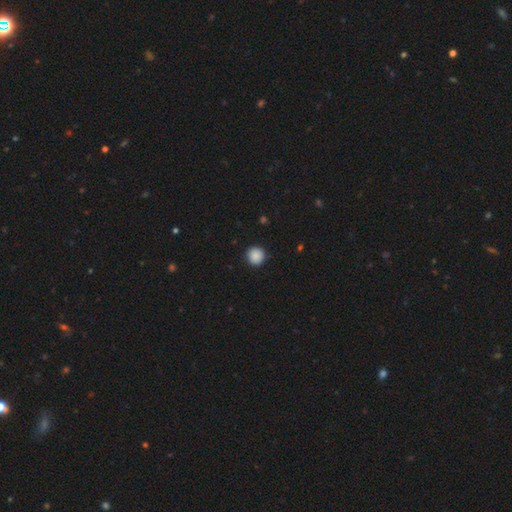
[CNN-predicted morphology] Overall: smooth (88%). How rounded: round (95%). Merging: none (91%).